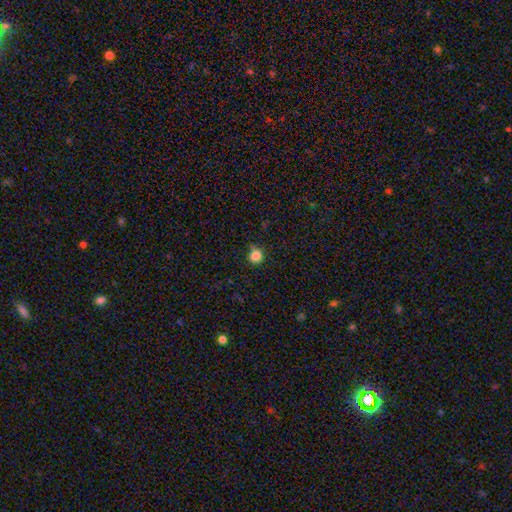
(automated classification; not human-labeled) smooth_or_featured: smooth (p=0.84) [alt: star or artifact p=0.12]
how_rounded: round (p=0.90) [alt: in between p=0.09]
merging: none (p=0.81) [alt: minor disturbance p=0.14]